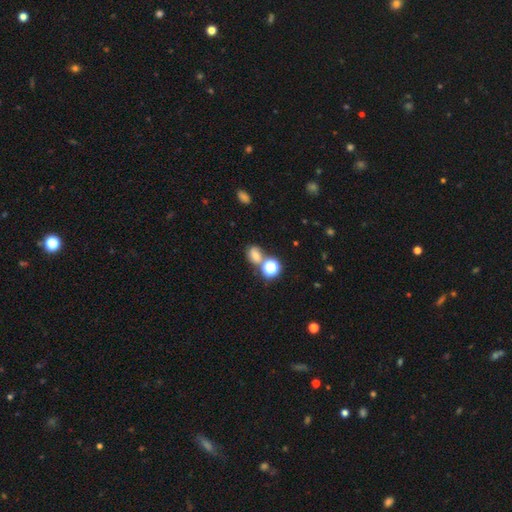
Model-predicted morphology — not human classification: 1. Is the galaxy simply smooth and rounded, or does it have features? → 65% smooth, 24% star or artifact, 11% featured or disk.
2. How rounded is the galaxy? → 51% round, 48% in between, 1% cigar-shaped.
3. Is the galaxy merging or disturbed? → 56% none, 26% merger, 13% minor disturbance, 5% major disturbance.